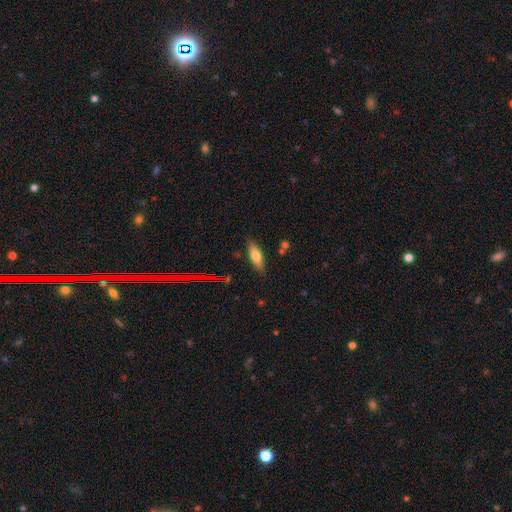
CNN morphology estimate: This appears to be a smooth galaxy with no disk features (60%) that is in between round and cigar-shaped (54%). Merging: none (83%).